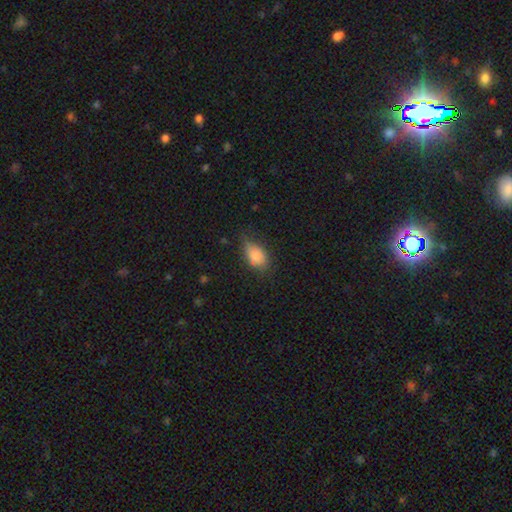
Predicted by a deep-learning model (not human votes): Smooth or featured? smooth (82%)
How rounded? in between (88%)
Merging? none (56%)